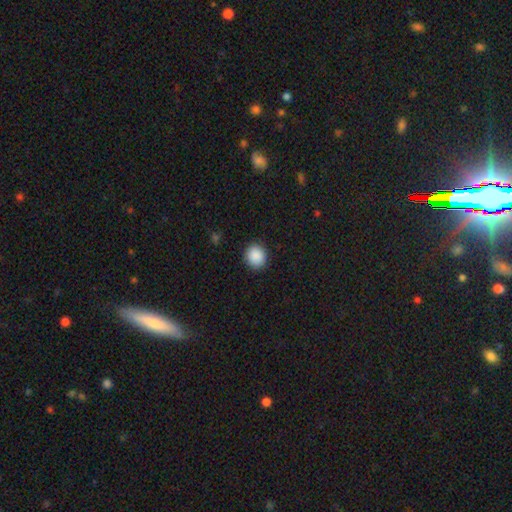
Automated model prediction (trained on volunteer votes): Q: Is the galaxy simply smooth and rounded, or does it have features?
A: smooth — 89%.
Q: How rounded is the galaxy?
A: round — 80%.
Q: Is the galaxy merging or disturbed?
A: none — 90%.